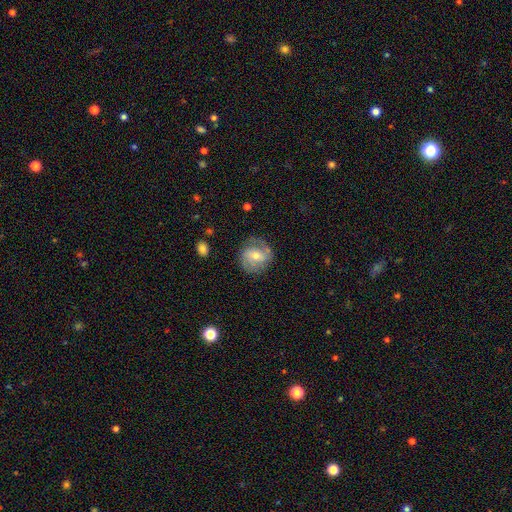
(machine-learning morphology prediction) This is likely a featured or disk galaxy (67%). It is clearly not viewed edge-on (97%). Bar: possibly weak (46%). Spiral arm pattern: clearly yes (87%). Spiral arm count: likely 2 (75%). Spiral winding: marginally medium (45%). Central bulge: possibly moderate (50%). Merging: likely none (72%).